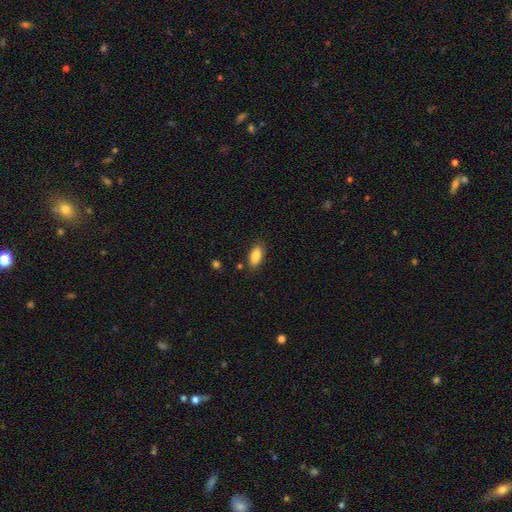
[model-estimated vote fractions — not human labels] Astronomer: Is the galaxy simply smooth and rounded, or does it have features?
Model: smooth — 86%.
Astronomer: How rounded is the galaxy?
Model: in between — 90%.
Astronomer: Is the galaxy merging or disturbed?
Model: none — 84%.